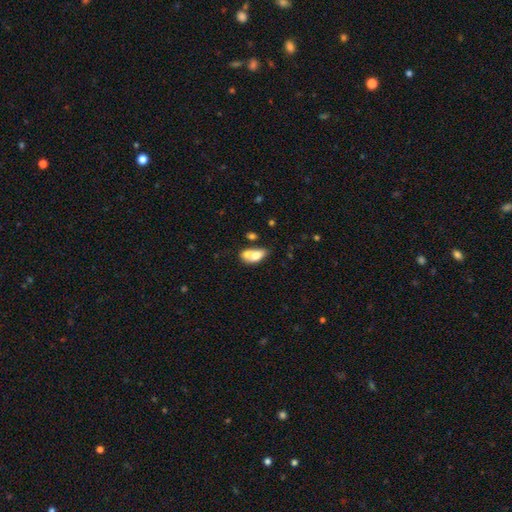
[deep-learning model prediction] smooth_or_featured: smooth (p=0.66) [alt: featured or disk p=0.27]
how_rounded: in between (p=0.85) [alt: round p=0.10]
merging: merger (p=0.58) [alt: none p=0.24]